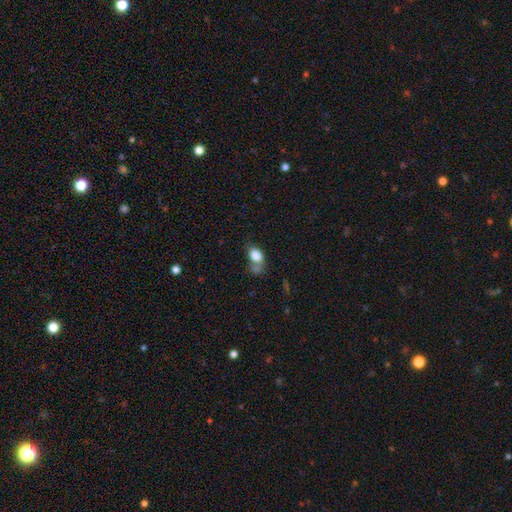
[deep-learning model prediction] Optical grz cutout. It shows a smooth galaxy with no disk features (80%) that is in between round and cigar-shaped (80%). Merging: none (37%).